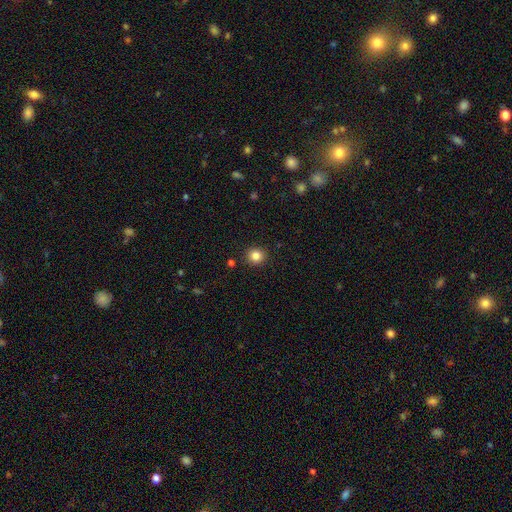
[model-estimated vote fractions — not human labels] Smooth or featured? smooth (84%)
How rounded? round (91%)
Merging? none (91%)